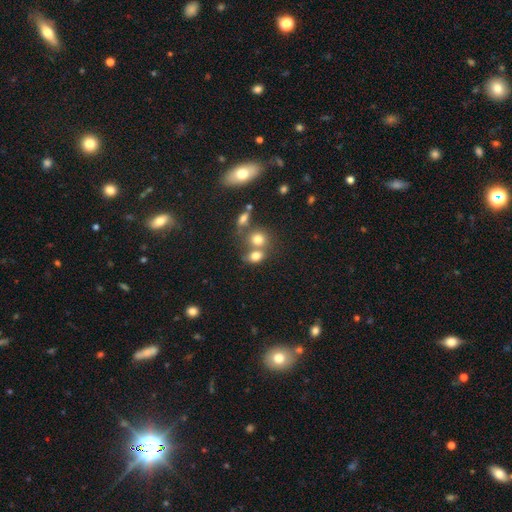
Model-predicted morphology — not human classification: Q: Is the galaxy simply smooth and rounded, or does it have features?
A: smooth — 75%.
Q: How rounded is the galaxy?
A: in between — 51%.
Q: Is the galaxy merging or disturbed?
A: merger — 49%.